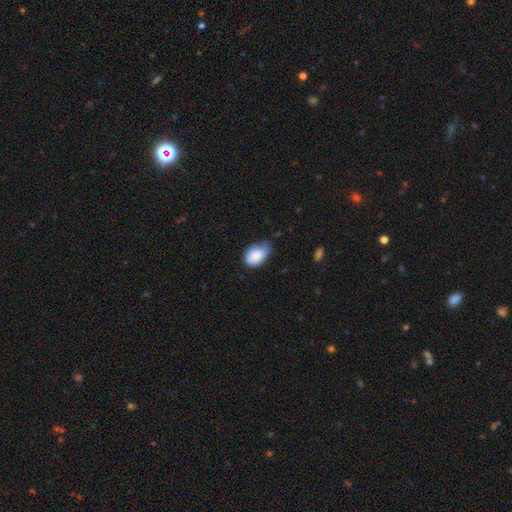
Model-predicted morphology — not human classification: Overall: smooth (86%). How rounded: in between (90%). Merging: minor disturbance (45%, tied with none).